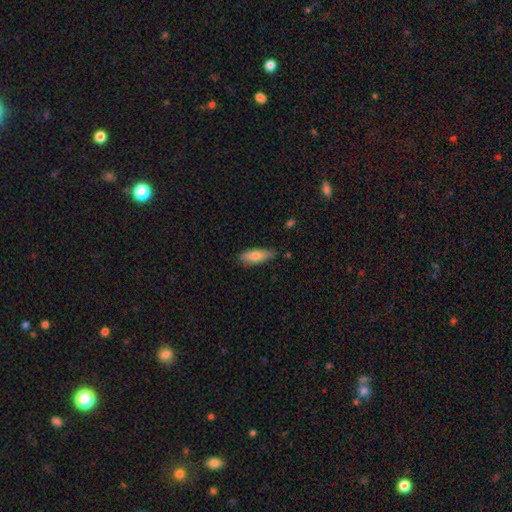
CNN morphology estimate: Smooth or featured: smooth — 77% (featured or disk — 16%)
How rounded: in between — 63% (cigar-shaped — 35%)
Merging: none — 74% (minor disturbance — 21%)